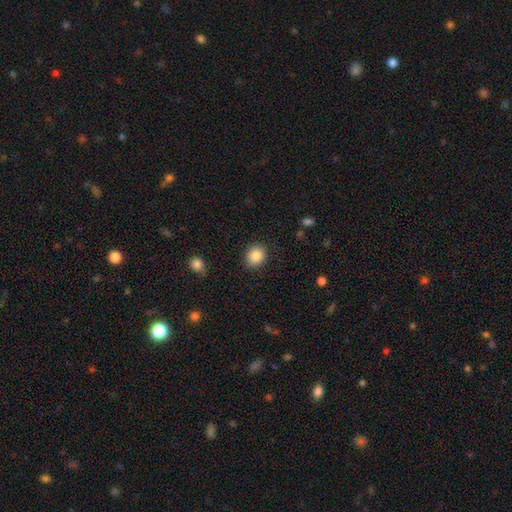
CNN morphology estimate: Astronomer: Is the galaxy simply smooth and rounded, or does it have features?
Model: smooth — 86%.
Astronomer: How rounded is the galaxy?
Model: round — 71%.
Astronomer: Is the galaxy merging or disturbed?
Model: none — 88%.